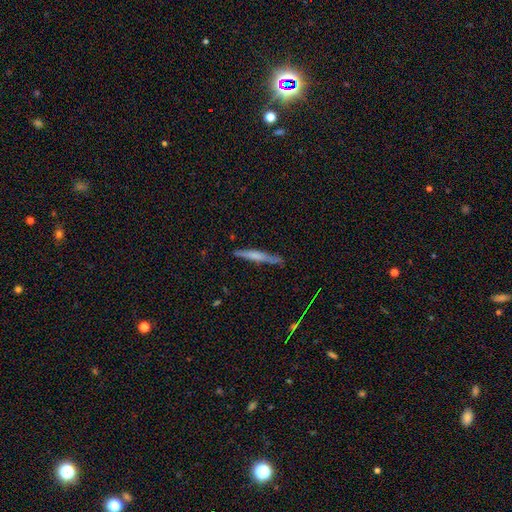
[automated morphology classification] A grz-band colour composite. It shows a smooth galaxy with no disk features (48%). Merging: none (83%).